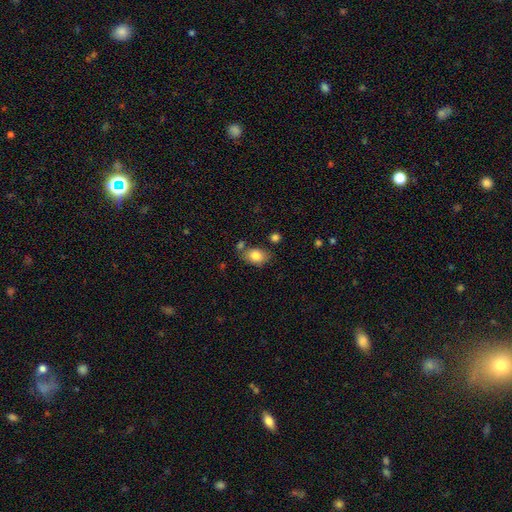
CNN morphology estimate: smooth_or_featured: smooth (p=0.82) [alt: featured or disk p=0.10]
how_rounded: in between (p=0.74) [alt: round p=0.25]
merging: none (p=0.68) [alt: minor disturbance p=0.17]